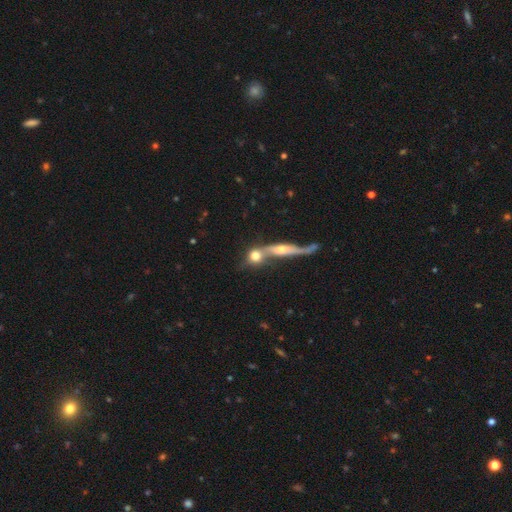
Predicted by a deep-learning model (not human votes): The model was most divided on "merging": merger: 58%, none: 27%, minor disturbance: 8%, major disturbance: 7%. More confident: how rounded — round (67%); smooth or featured — smooth (63%).